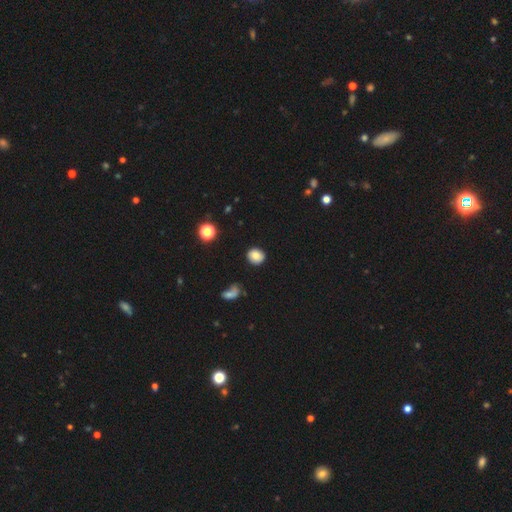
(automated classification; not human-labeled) Overall: smooth (81%). How rounded: round (80%). Merging: none (86%).